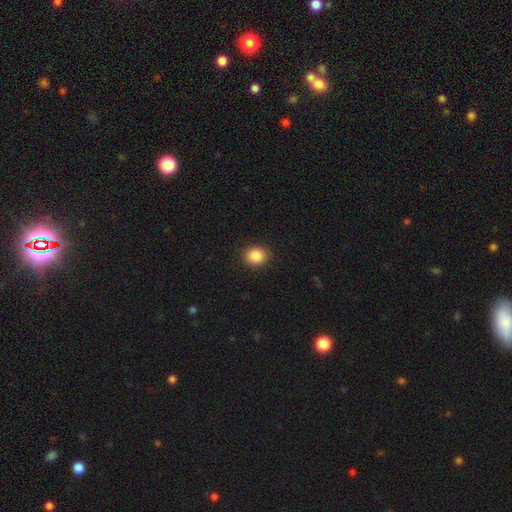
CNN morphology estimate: This is clearly a smooth galaxy (88%). How rounded: likely round (72%). Merging: clearly none (91%).